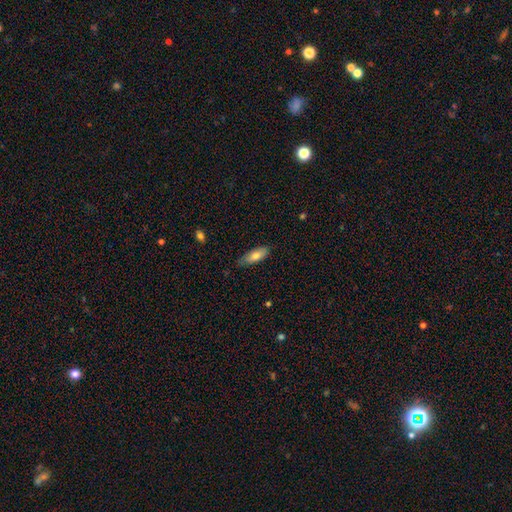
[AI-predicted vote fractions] Morphology: type=smooth (76%); roundness=in between (66%); merging=none (77%).